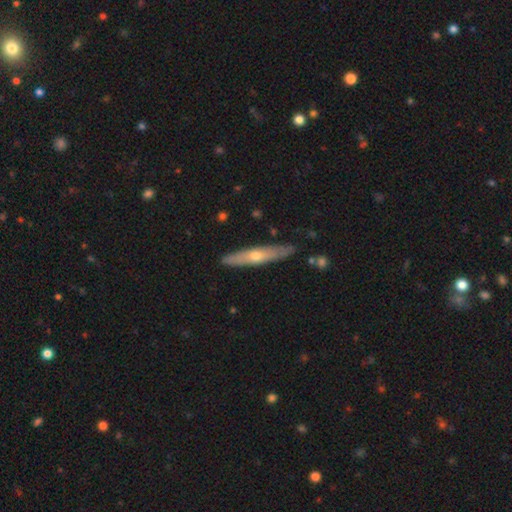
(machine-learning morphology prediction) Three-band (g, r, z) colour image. It shows a featured or disk galaxy (58%) viewed edge-on (86%) with a rounded central bulge (81%). Merging: none (86%).